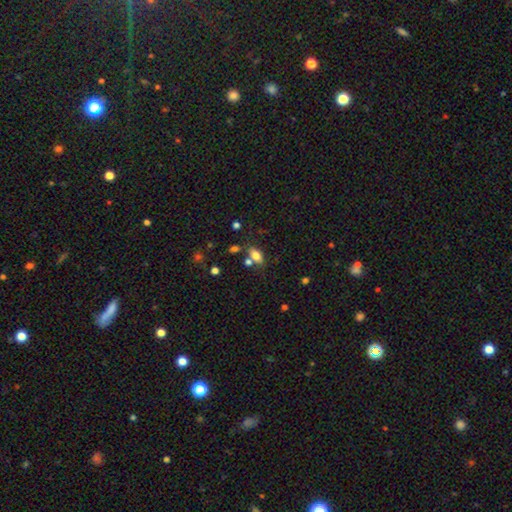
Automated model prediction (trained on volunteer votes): Overall: smooth (76%). How rounded: in between (87%). Merging: none (61%).